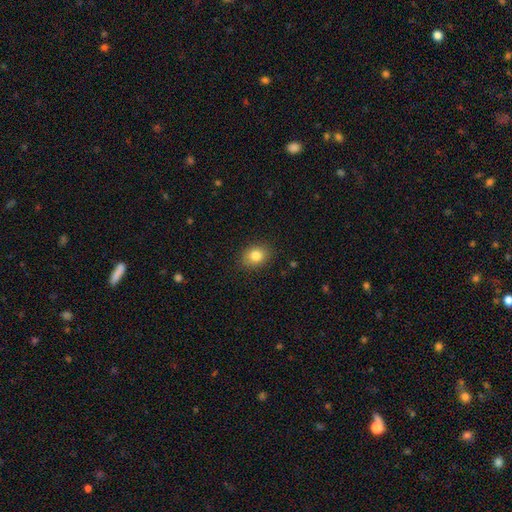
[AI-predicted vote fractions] A smooth galaxy with no disk features (83%) that is in between round and cigar-shaped (55%).

Vote fractions:
- Smooth or featured? smooth: 83% / star or artifact: 9% / featured or disk: 8%
- How rounded? in between: 55% / round: 44% / cigar-shaped: 1%
- Merging? none: 87% / minor disturbance: 9% / major disturbance: 2% / merger: 1%